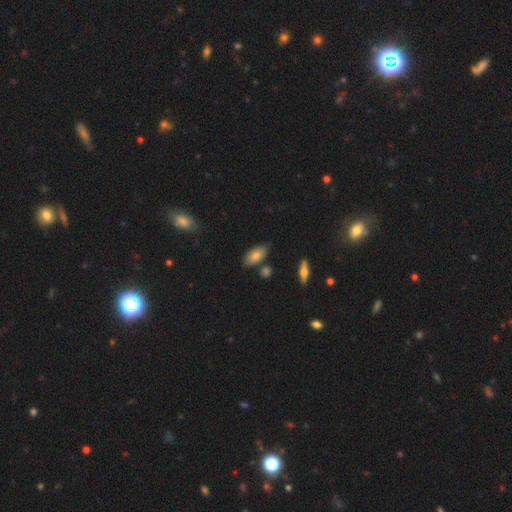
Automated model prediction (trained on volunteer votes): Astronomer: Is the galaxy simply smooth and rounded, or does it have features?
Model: smooth — 77%.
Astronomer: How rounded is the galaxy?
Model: in between — 89%.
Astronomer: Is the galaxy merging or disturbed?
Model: none — 75%.